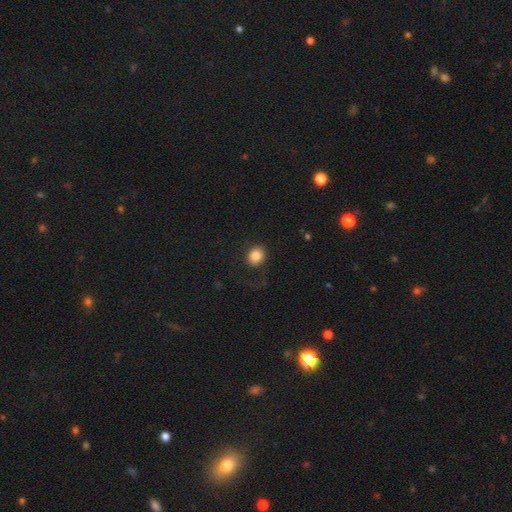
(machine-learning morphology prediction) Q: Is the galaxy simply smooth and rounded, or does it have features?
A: smooth — 83%.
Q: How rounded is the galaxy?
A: round — 73%.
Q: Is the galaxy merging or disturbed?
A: none — 75%.